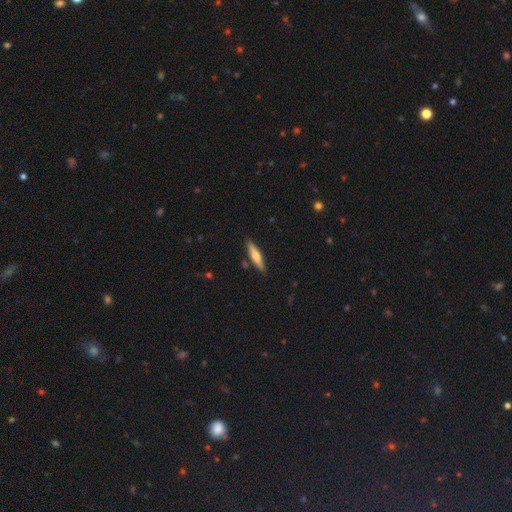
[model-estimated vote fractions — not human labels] Smooth or featured: smooth — 50% (featured or disk — 44%)
How rounded: cigar-shaped — 82% (in between — 17%)
Merging: none — 87% (minor disturbance — 9%)